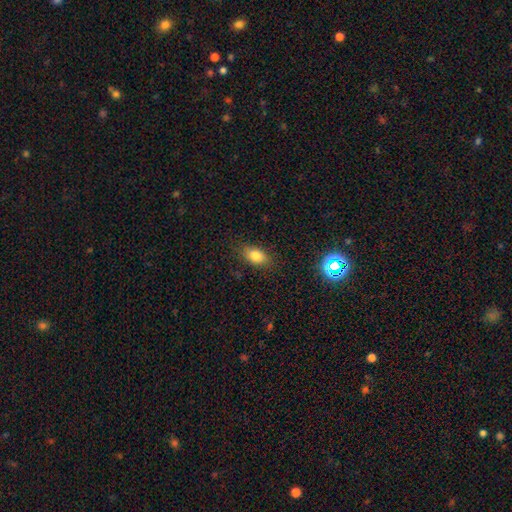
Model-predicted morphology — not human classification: Smooth or featured?
  - smooth: 80% *
  - star or artifact: 11%
  - featured or disk: 9%
How rounded?
  - in between: 84% *
  - round: 12%
  - cigar-shaped: 4%
Merging?
  - none: 85% *
  - minor disturbance: 11%
  - major disturbance: 3%
  - merger: 1%